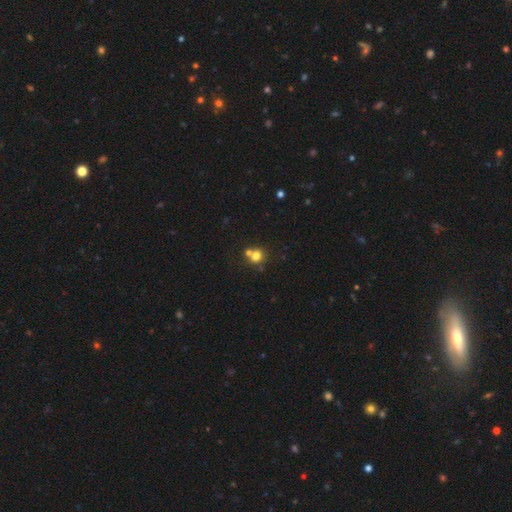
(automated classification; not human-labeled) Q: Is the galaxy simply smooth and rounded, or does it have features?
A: smooth — 75%.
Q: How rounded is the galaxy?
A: round — 85%.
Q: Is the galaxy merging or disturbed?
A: none — 54%.